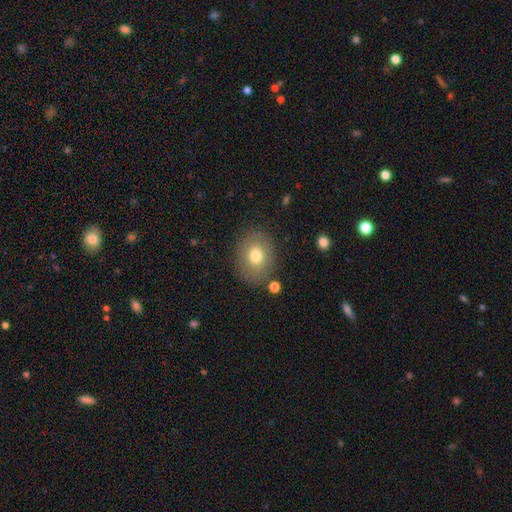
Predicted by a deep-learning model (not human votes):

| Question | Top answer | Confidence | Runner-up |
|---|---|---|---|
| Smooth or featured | smooth | 73% | featured or disk (17%) |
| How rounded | round | 50% | in between (49%) |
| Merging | none | 82% | minor disturbance (11%) |